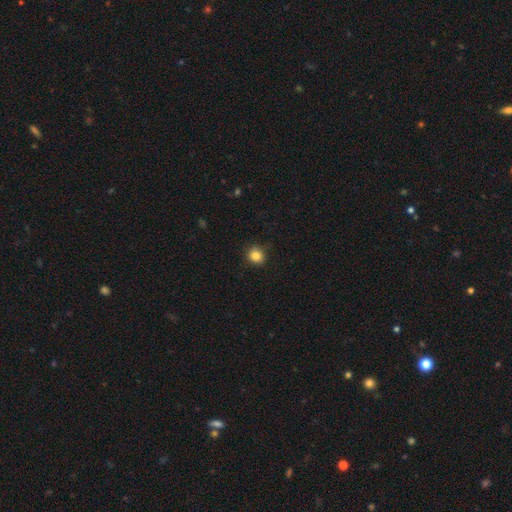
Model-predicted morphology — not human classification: A smooth galaxy with no disk features (85%) that is round (88%).

Vote fractions:
- Smooth or featured? smooth: 85% / star or artifact: 11% / featured or disk: 4%
- How rounded? round: 88% / in between: 11% / cigar-shaped: 1%
- Merging? none: 89% / minor disturbance: 8% / major disturbance: 2% / merger: 1%